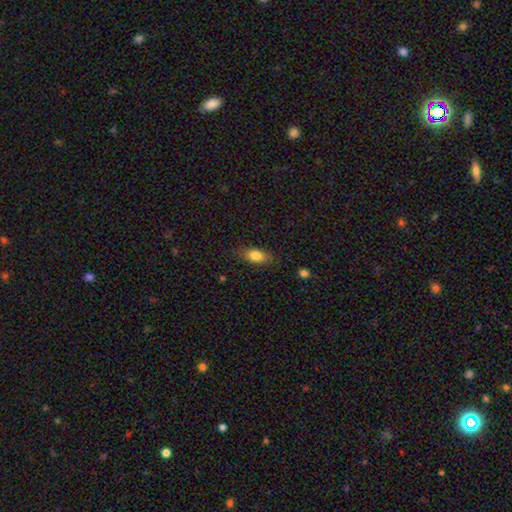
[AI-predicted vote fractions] A smooth galaxy with no disk features (83%) that is in between round and cigar-shaped (83%). Merging: none (83%).